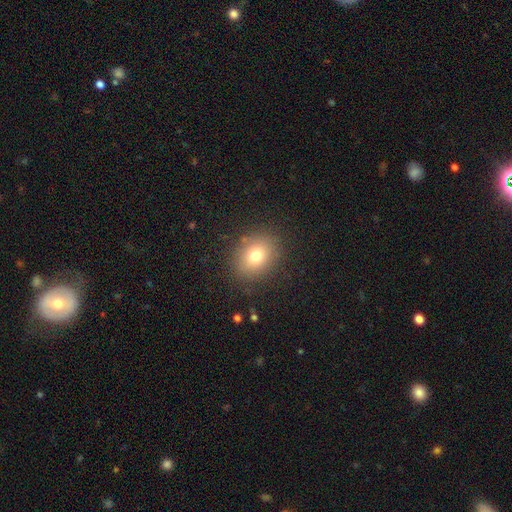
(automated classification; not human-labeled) Smooth or featured? Predicted: smooth (p=0.76). How rounded? Predicted: round (p=0.53). Merging? Predicted: none (p=0.85).